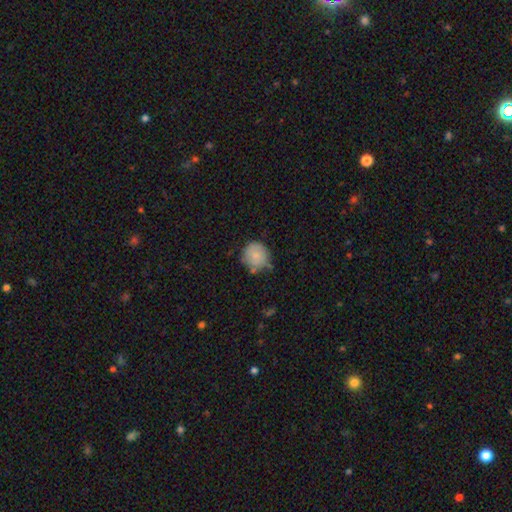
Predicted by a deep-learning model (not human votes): smooth 80%, featured or disk 13%, star or artifact 8%. Down the decision tree: how rounded — round (92%); merging — none (64%).